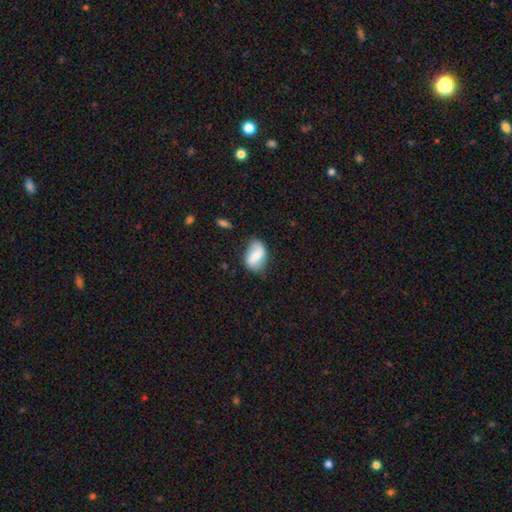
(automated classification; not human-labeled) A smooth galaxy with no disk features (54%) that is in between round and cigar-shaped (84%). Merging: none (65%).